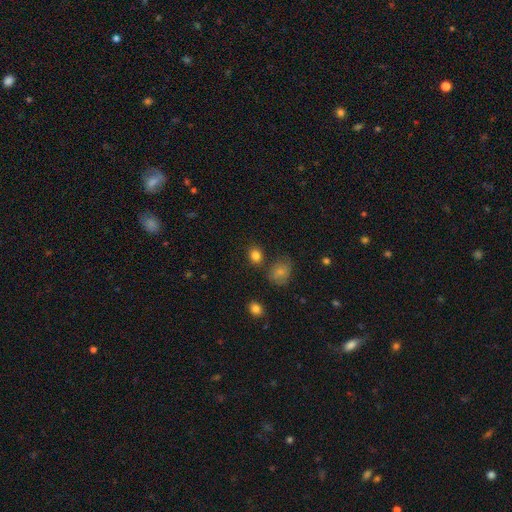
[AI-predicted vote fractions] smooth_or_featured: smooth (p=0.83) [alt: star or artifact p=0.12]
how_rounded: round (p=0.67) [alt: in between p=0.32]
merging: none (p=0.79) [alt: minor disturbance p=0.10]